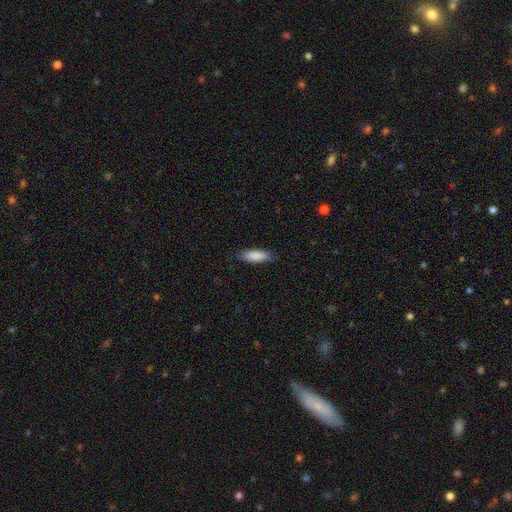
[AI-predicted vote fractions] Smooth or featured? smooth (88%)
How rounded? in between (56%)
Merging? none (86%)